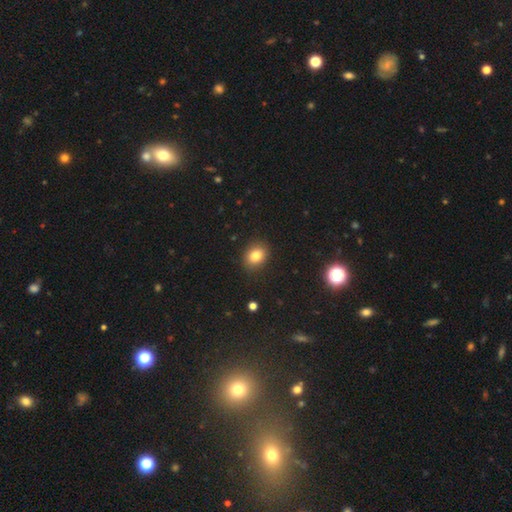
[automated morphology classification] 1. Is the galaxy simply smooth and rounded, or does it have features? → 81% smooth, 12% star or artifact, 8% featured or disk.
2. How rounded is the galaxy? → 55% in between, 44% round, 1% cigar-shaped.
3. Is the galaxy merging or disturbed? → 87% none, 9% minor disturbance, 2% major disturbance, 1% merger.